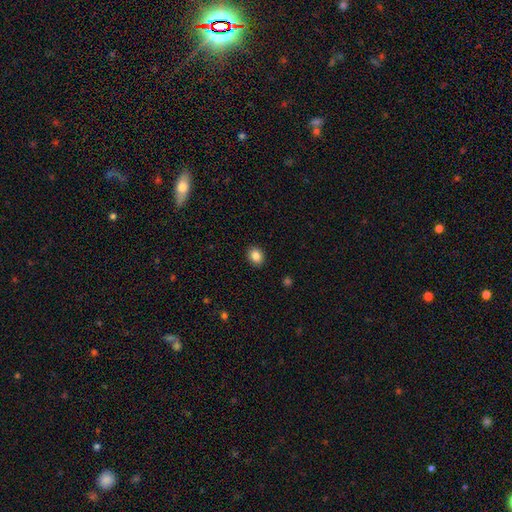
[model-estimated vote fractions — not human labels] Overall: smooth (85%). How rounded: round (52%; in between 48%). Merging: none (91%).